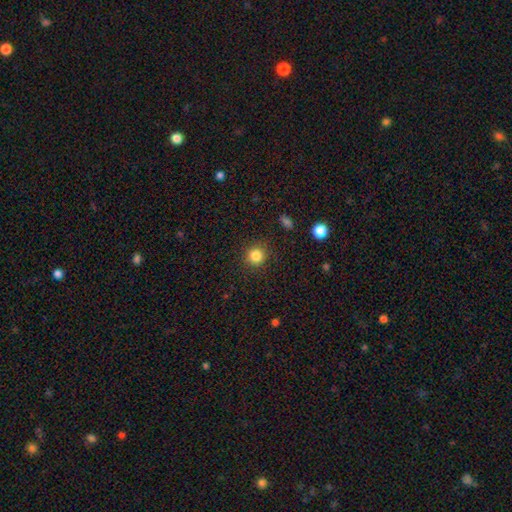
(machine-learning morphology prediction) smooth-or-featured: smooth: 84% | star or artifact: 12% | featured or disk: 5%
  how-rounded: round: 93% | in between: 6% | cigar-shaped: 1%
  merging: none: 90% | minor disturbance: 7% | major disturbance: 3% | merger: 1%